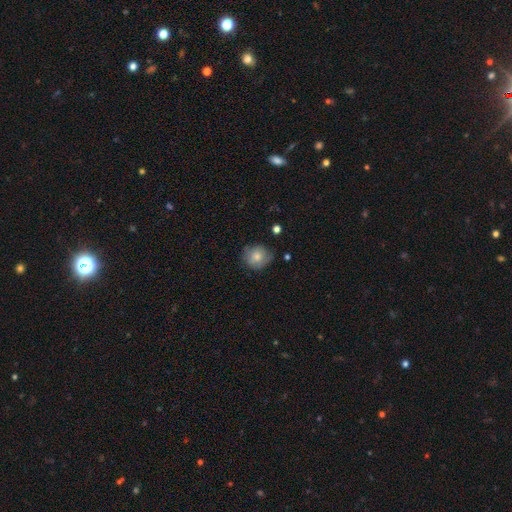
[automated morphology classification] smooth-or-featured: smooth: 70% | featured or disk: 21% | star or artifact: 9%
  how-rounded: round: 78% | in between: 21% | cigar-shaped: 1%
  merging: none: 69% | minor disturbance: 24% | major disturbance: 5% | merger: 2%